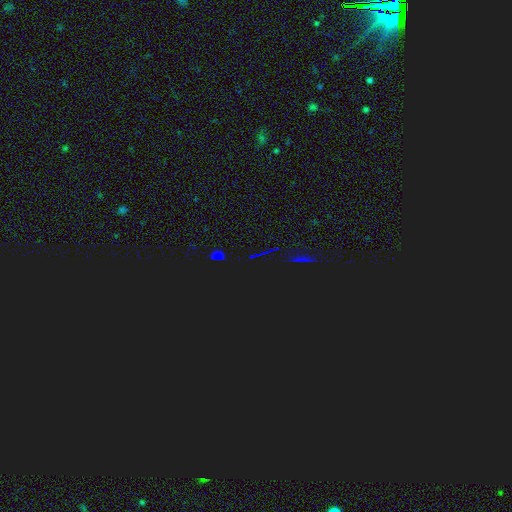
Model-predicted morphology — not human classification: A star or artifact, not a galaxy (81%).

Vote fractions:
- Smooth or featured? star or artifact: 81% / smooth: 12% / featured or disk: 7%